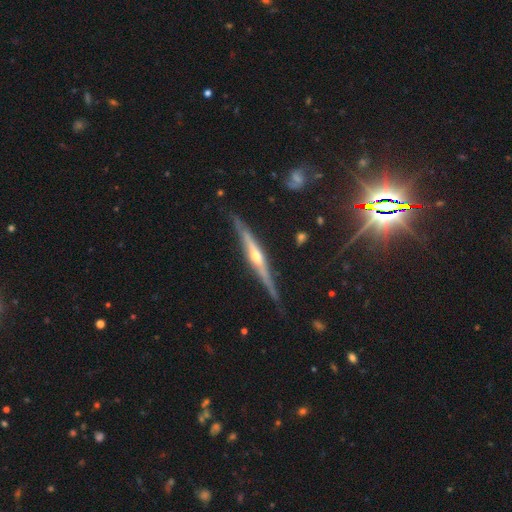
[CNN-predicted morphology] This appears to be a featured or disk galaxy (82%) viewed edge-on (97%) with a rounded central bulge (84%). Merging: none (82%).